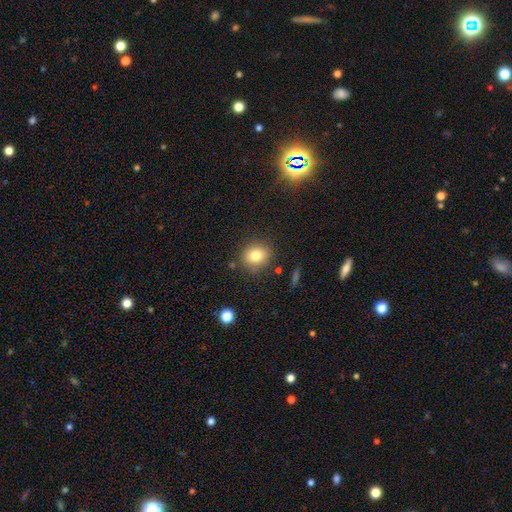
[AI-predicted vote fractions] smooth 79%, star or artifact 11%, featured or disk 10%. Down the decision tree: how rounded — round (74%); merging — none (84%).